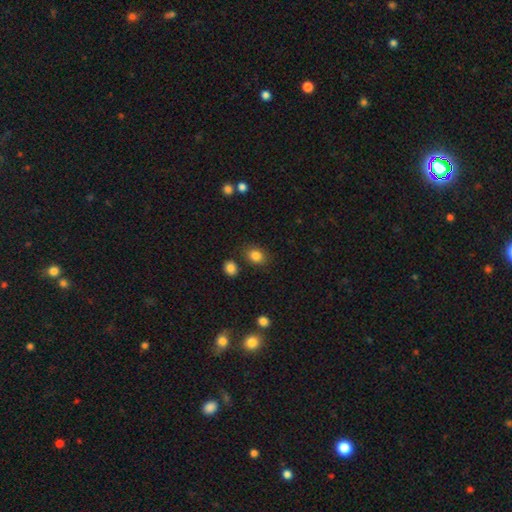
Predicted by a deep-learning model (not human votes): Morphology: type=smooth (84%); roundness=in between (55%); merging=none (81%).